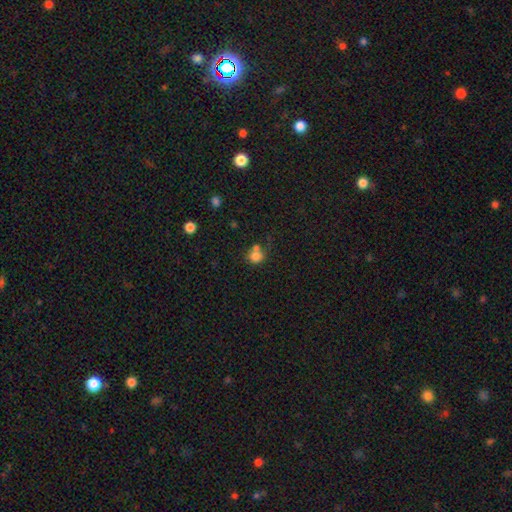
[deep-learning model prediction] This appears to be a smooth galaxy with no disk features (79%) that is round (84%). Merging: none (48%).